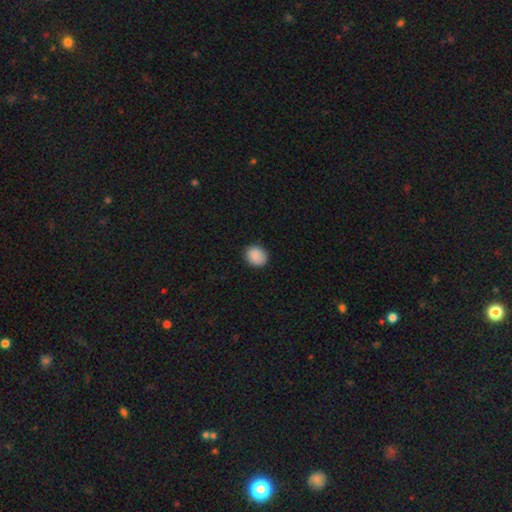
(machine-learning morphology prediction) A smooth galaxy with no disk features (89%) that is round (79%). Merging: none (87%).